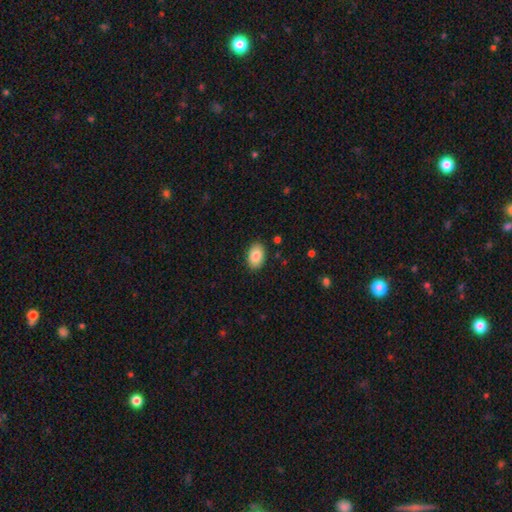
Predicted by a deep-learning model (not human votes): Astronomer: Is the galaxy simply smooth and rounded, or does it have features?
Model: smooth — 85%.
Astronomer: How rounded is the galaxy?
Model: in between — 88%.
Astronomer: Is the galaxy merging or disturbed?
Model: none — 88%.